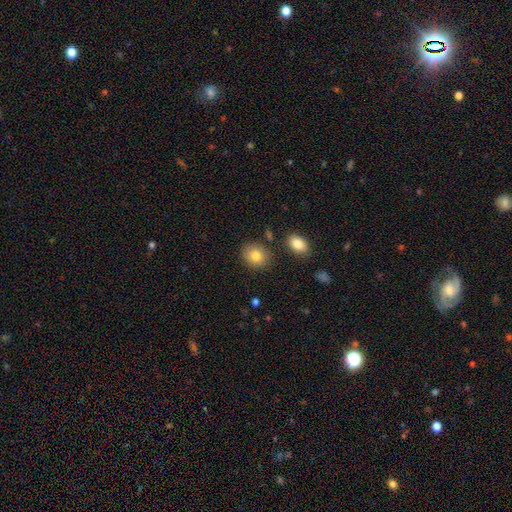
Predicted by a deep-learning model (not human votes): Morphology: type=smooth (81%); roundness=round (67%); merging=none (83%).